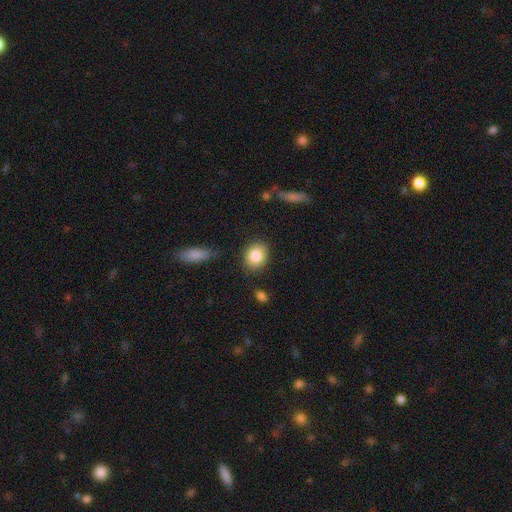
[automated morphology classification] smooth-or-featured: smooth: 85% | star or artifact: 8% | featured or disk: 7%
  how-rounded: round: 52% | in between: 46% | cigar-shaped: 1%
  merging: none: 84% | minor disturbance: 11% | major disturbance: 3% | merger: 2%